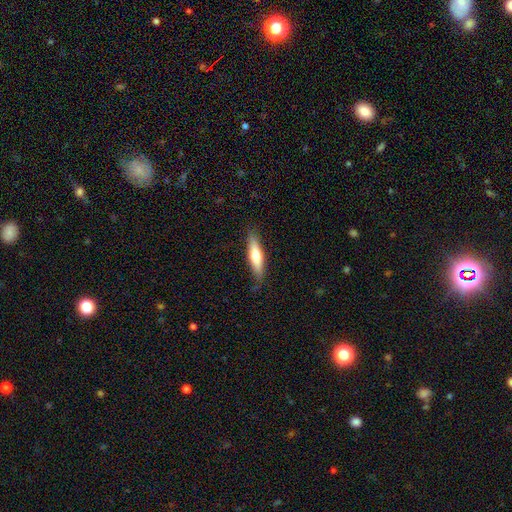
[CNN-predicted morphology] Q: Smooth or featured?
A: smooth (60%); runner-up: featured or disk (35%)
Q: How rounded?
A: cigar-shaped (72%); runner-up: in between (26%)
Q: Merging?
A: none (83%); runner-up: minor disturbance (13%)